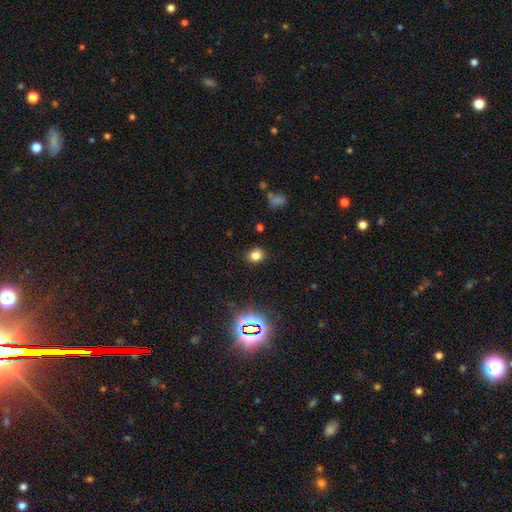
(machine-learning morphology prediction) Smooth or featured? smooth (77%)
How rounded? round (61%)
Merging? none (84%)